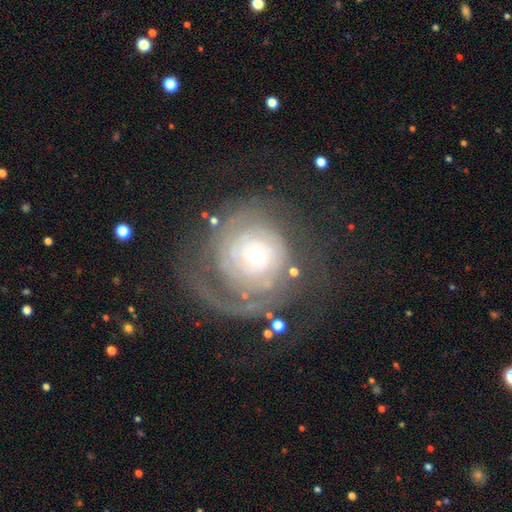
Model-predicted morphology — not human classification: The model was most divided on "bulge size": moderate: 47%, small: 45%, large: 6%, dominant: 1%, none: 1%. Remaining: edge-on disk — no (97%); spiral arms — yes (88%); bar — no (80%); smooth or featured — featured or disk (80%); spiral winding — tight (70%); merging — none (57%); spiral arm count — can't tell (39%).